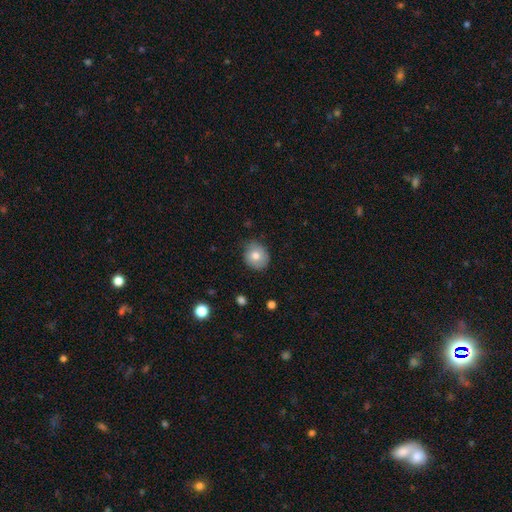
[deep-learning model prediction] Smooth or featured? Predicted: smooth (p=0.77). How rounded? Predicted: round (p=0.73). Merging? Predicted: none (p=0.75).